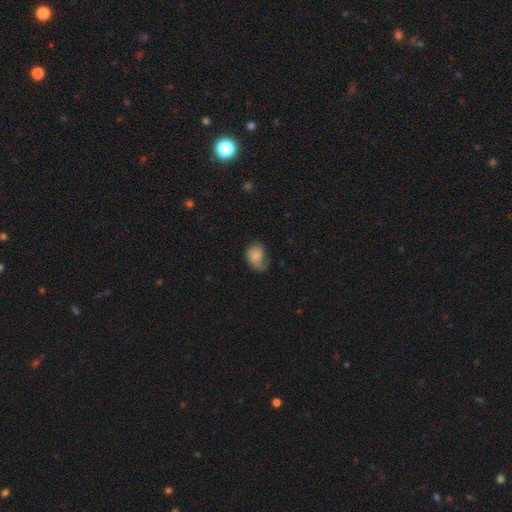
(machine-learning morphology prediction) Smooth or featured? smooth (54%)
How rounded? in between (62%)
Merging? none (40%)